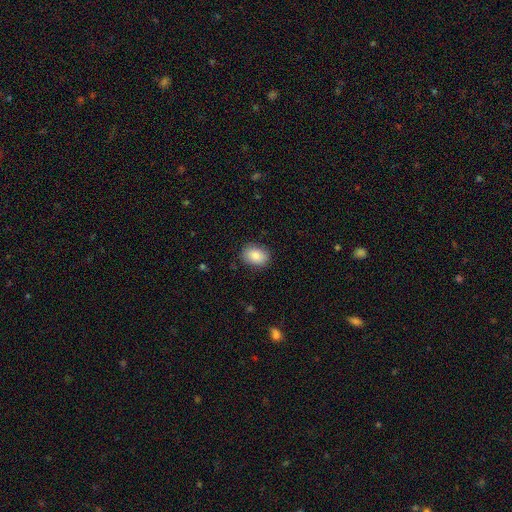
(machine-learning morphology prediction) A smooth galaxy with no disk features (85%) that is in between round and cigar-shaped (67%).

Vote fractions:
- Smooth or featured? smooth: 85% / star or artifact: 8% / featured or disk: 7%
- How rounded? in between: 67% / round: 32% / cigar-shaped: 1%
- Merging? none: 85% / minor disturbance: 11% / major disturbance: 3% / merger: 1%